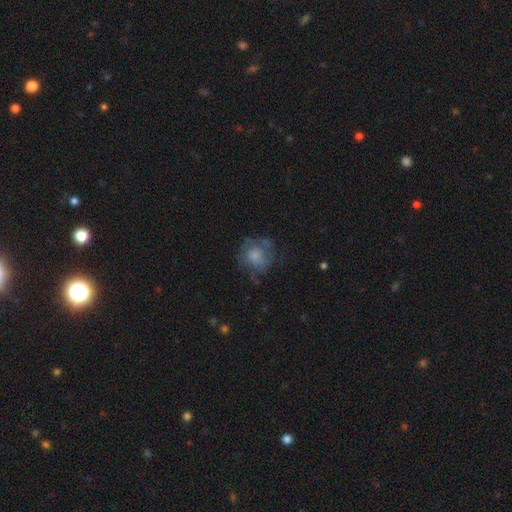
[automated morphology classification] Smooth or featured? smooth (55%)
How rounded? round (79%)
Merging? none (51%)